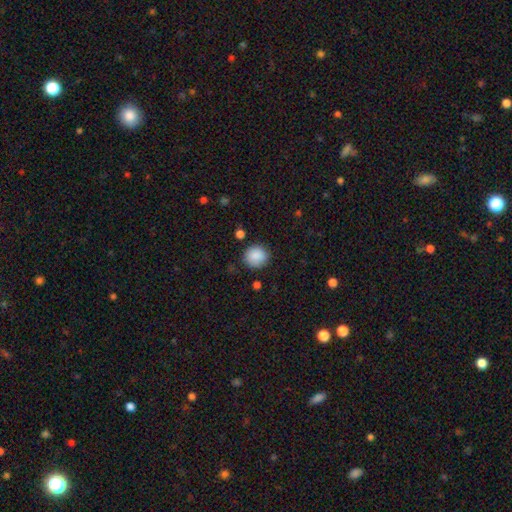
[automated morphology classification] type=smooth (88%); roundness=round (89%); merging=none (85%).